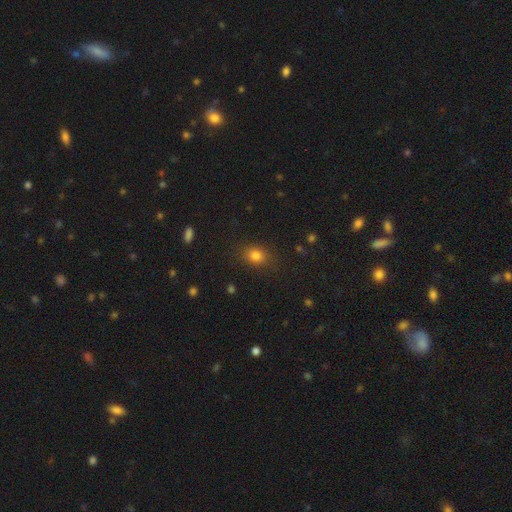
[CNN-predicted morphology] smooth 80%, star or artifact 13%, featured or disk 6%. Down the decision tree: how rounded — in between (53%); merging — none (82%).